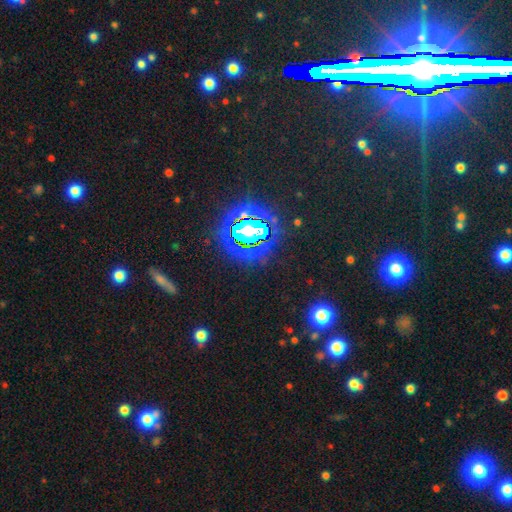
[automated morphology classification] smooth-or-featured: star or artifact: 81% | smooth: 11% | featured or disk: 9%